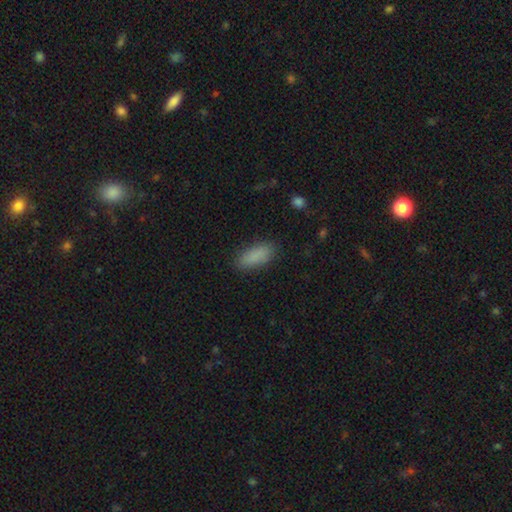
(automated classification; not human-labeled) Smooth or featured? Predicted: smooth (p=0.88). How rounded? Predicted: in between (p=0.72). Merging? Predicted: none (p=0.87).